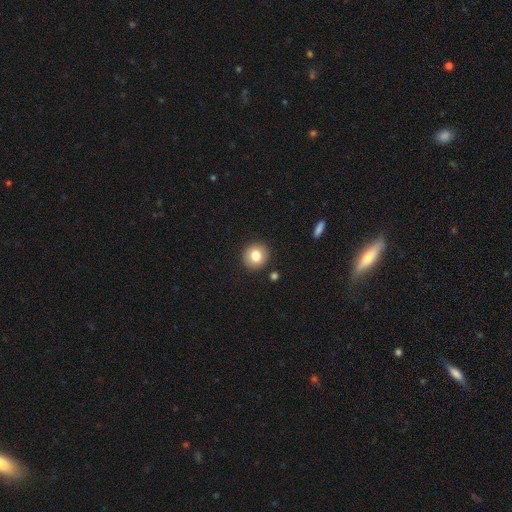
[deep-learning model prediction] Morphology: type=smooth (79%); roundness=round (93%); merging=none (90%).